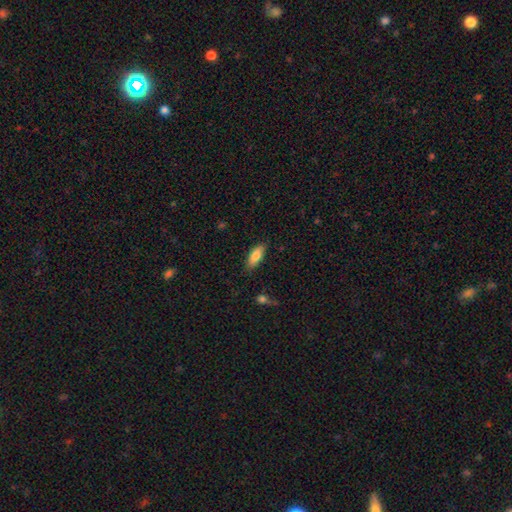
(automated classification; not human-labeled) A smooth galaxy with no disk features (81%) that is in between round and cigar-shaped (78%). Merging: none (83%).